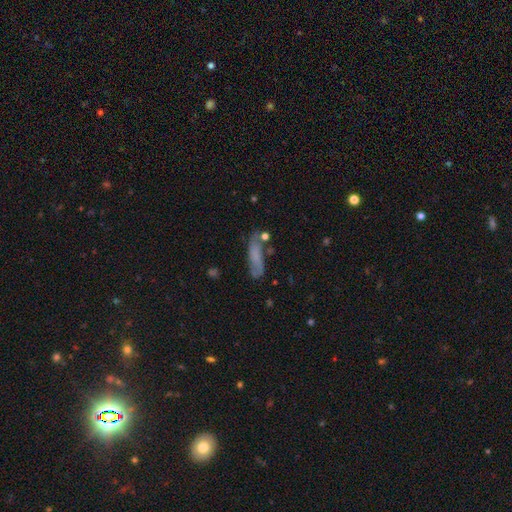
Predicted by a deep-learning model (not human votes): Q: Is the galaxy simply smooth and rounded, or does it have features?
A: smooth — 57%.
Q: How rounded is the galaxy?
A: cigar-shaped — 57%.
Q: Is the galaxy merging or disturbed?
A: none — 57%.